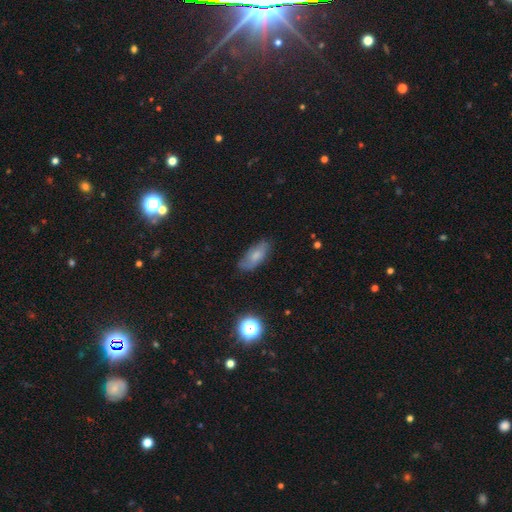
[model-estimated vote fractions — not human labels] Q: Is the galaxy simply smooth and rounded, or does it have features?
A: smooth — 67%.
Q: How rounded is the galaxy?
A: in between — 83%.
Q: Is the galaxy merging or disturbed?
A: none — 72%.